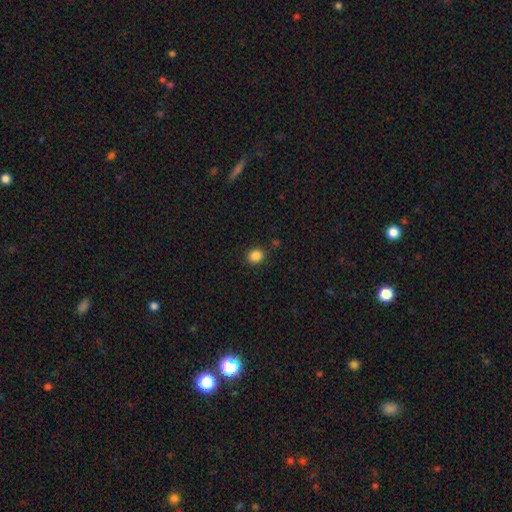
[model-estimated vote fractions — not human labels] Smooth or featured: smooth — 86% (star or artifact — 10%)
How rounded: round — 68% (in between — 31%)
Merging: none — 88% (minor disturbance — 7%)